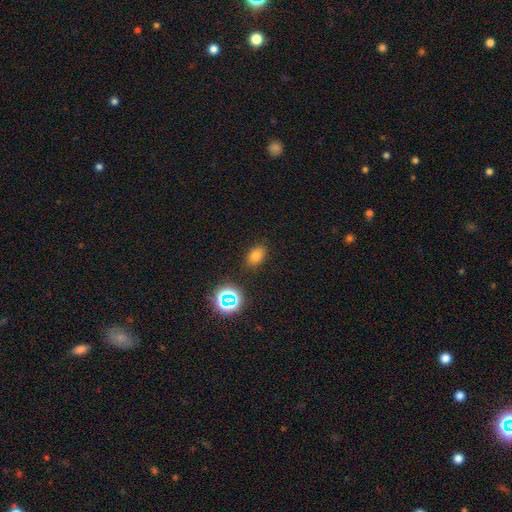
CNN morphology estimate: A smooth galaxy with no disk features (74%) that is in between round and cigar-shaped (77%). Merging: none (85%).